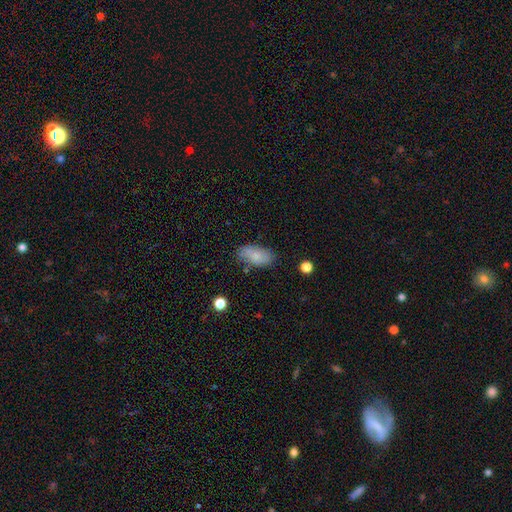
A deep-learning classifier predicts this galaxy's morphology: Smooth or featured?
  - smooth: 78% *
  - featured or disk: 14%
  - star or artifact: 8%
How rounded?
  - in between: 91% *
  - cigar-shaped: 6%
  - round: 3%
Merging?
  - none: 71% *
  - minor disturbance: 20%
  - major disturbance: 5%
  - merger: 4%